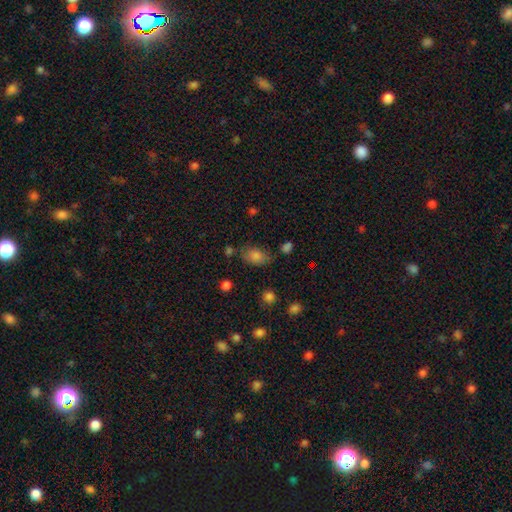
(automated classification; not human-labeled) The model was most divided on "merging": none: 71%, minor disturbance: 18%, merger: 6%, major disturbance: 5%. More confident: how rounded — in between (84%); smooth or featured — smooth (78%).